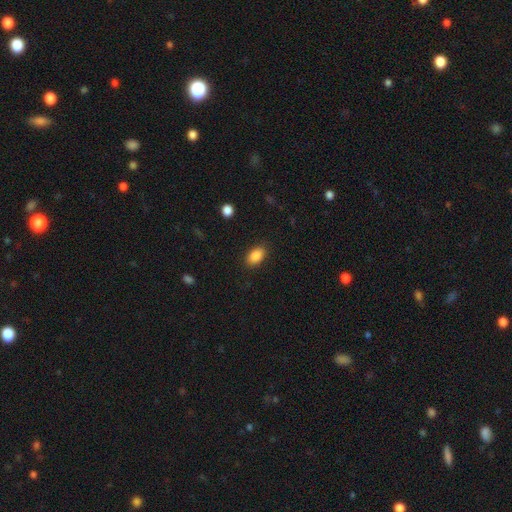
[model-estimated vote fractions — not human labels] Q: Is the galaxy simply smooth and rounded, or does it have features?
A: smooth — 88%.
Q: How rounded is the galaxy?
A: in between — 89%.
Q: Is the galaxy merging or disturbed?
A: none — 86%.